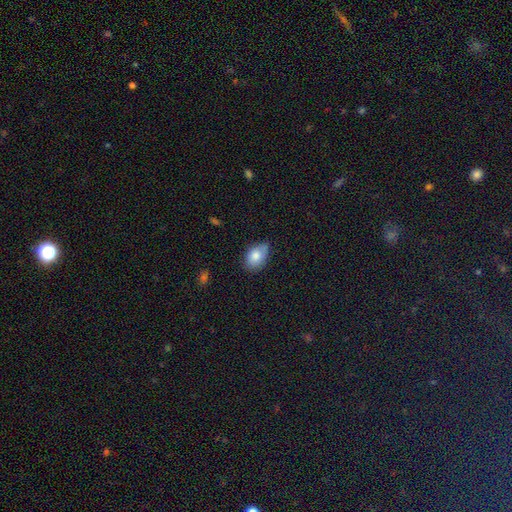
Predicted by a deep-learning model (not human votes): This is clearly a smooth galaxy (81%). How rounded: clearly in between (87%). Merging: likely none (66%).